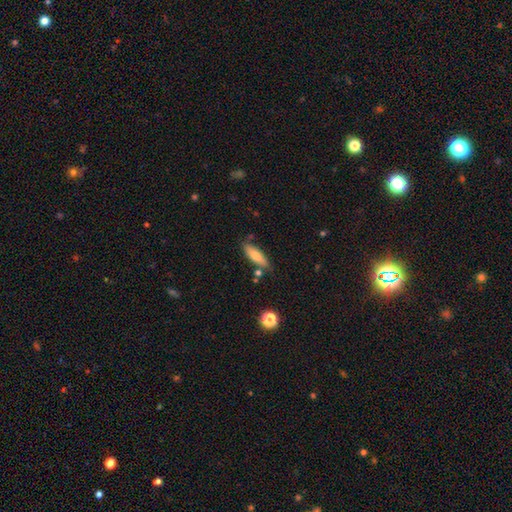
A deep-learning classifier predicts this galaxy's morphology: A smooth galaxy with no disk features (76%) that is cigar-shaped (49%).

Vote fractions:
- Smooth or featured? smooth: 76% / featured or disk: 17% / star or artifact: 7%
- How rounded? cigar-shaped: 49% / in between: 48% / round: 2%
- Merging? none: 72% / minor disturbance: 18% / merger: 7% / major disturbance: 3%